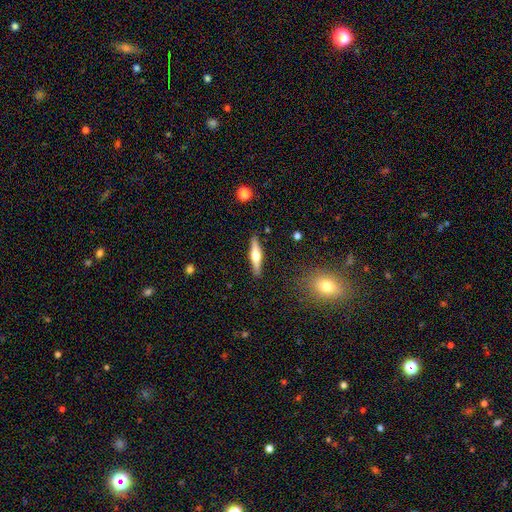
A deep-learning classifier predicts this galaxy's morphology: type=featured or disk (61%); edge-on=yes (96%); edge-on bulge=rounded (93%); merging=none (90%).